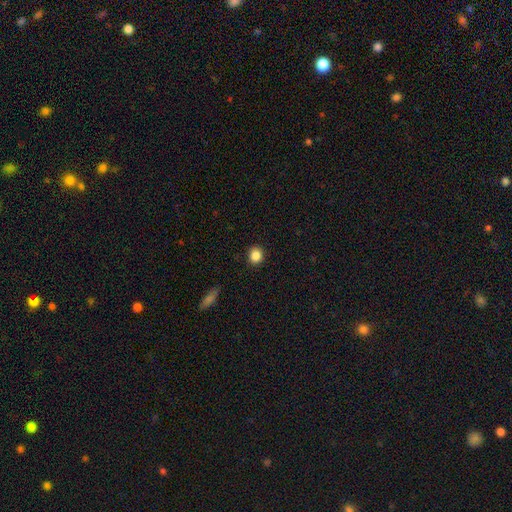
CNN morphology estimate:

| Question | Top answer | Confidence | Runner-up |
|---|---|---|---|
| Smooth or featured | smooth | 86% | star or artifact (10%) |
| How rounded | round | 77% | in between (22%) |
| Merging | none | 90% | minor disturbance (7%) |